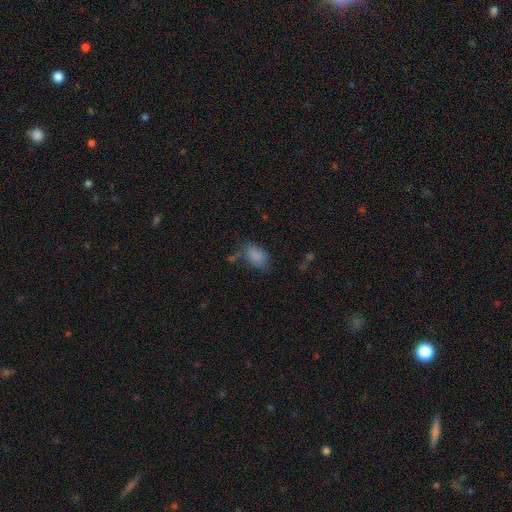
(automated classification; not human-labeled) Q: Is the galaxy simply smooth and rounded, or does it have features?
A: smooth — 83%.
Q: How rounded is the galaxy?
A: in between — 89%.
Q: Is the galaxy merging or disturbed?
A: none — 51%.